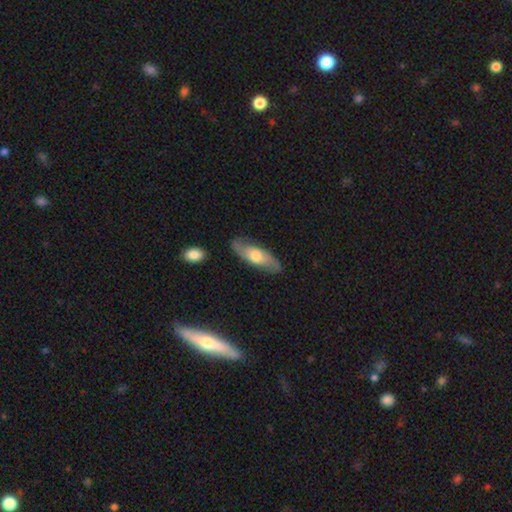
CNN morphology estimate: Smooth or featured? featured or disk (53%)
Edge-on disk? no (73%)
Merging? none (79%)